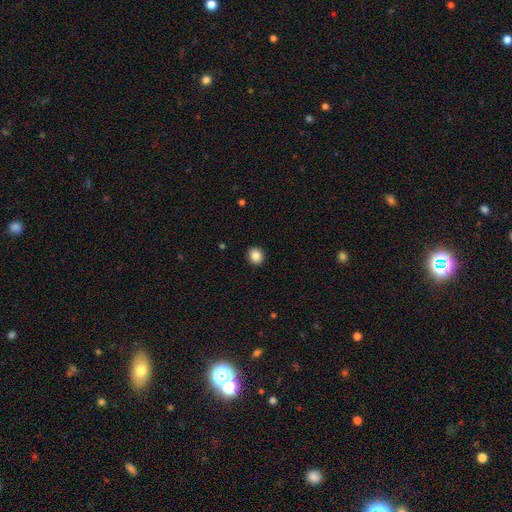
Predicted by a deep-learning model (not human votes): Smooth or featured: smooth — 86% (star or artifact — 10%)
How rounded: round — 85% (in between — 14%)
Merging: none — 92% (minor disturbance — 5%)